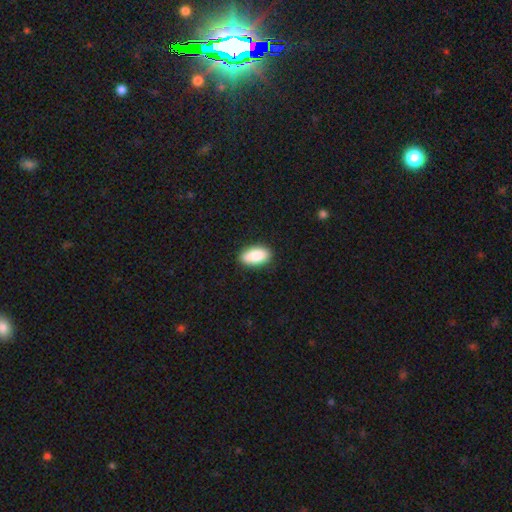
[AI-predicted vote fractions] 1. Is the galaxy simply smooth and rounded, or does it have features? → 89% smooth, 6% star or artifact, 4% featured or disk.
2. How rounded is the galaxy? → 93% in between, 4% cigar-shaped, 3% round.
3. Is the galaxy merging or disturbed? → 87% none, 10% minor disturbance, 2% major disturbance, 1% merger.